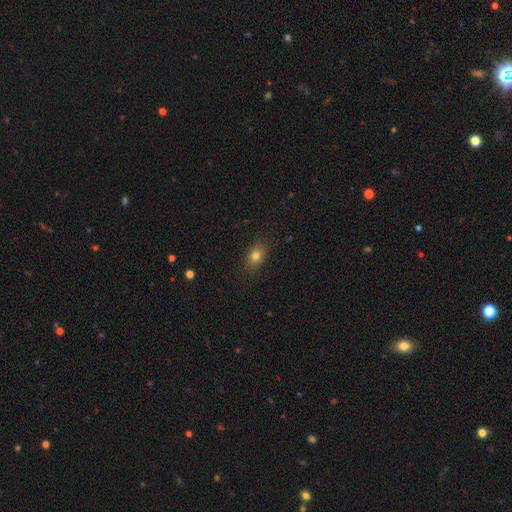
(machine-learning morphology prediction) This is likely a smooth galaxy (78%). How rounded: likely in between (72%). Merging: clearly none (85%).